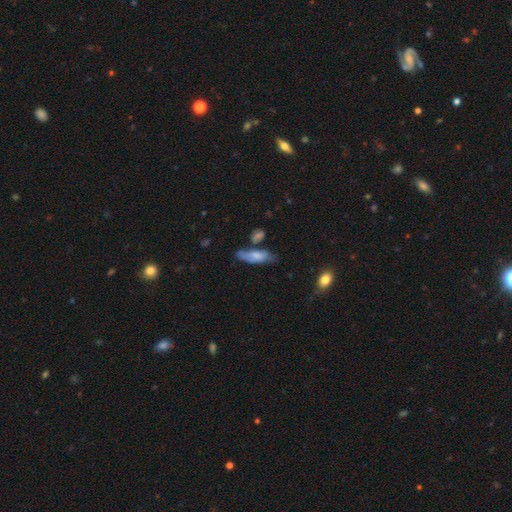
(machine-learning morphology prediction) Overall: smooth (67%). How rounded: in between (57%; cigar-shaped 40%). Merging: none (53%; minor disturbance 25%).